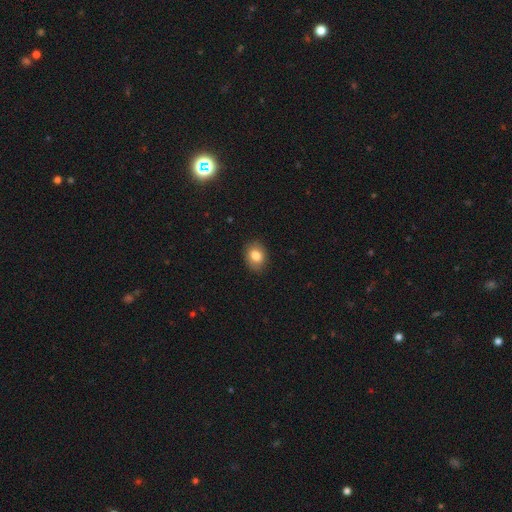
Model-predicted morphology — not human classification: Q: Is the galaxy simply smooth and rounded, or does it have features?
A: smooth — 82%.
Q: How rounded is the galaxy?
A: in between — 61%.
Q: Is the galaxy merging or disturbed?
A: none — 86%.